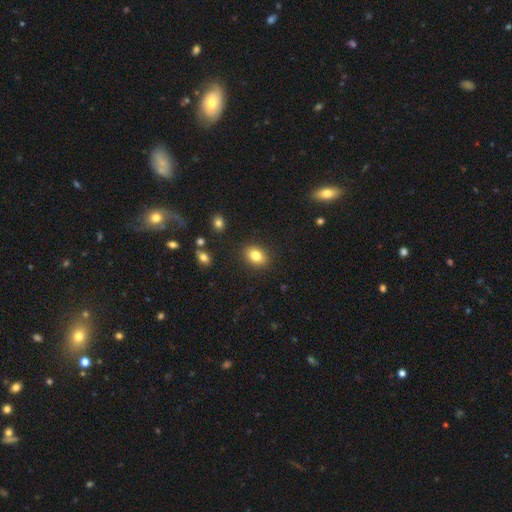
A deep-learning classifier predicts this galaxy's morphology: smooth 82%, star or artifact 9%, featured or disk 9%. Down the decision tree: how rounded — in between (72%); merging — none (87%).